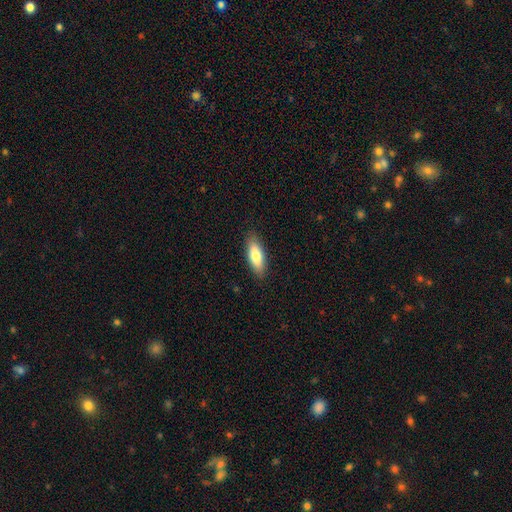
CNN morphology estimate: This appears to be a smooth galaxy with no disk features (78%) that is in between round and cigar-shaped (66%). Merging: none (87%).